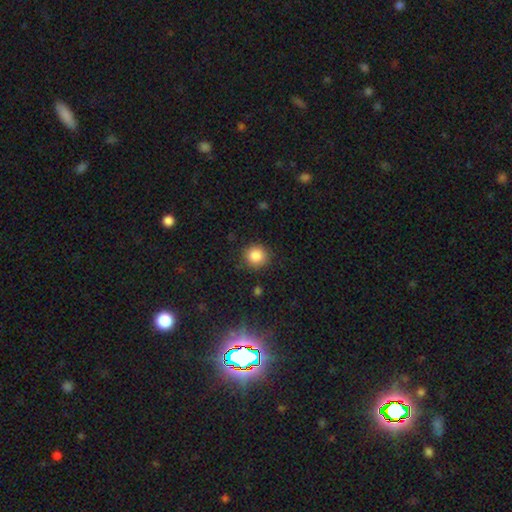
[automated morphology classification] type=smooth (86%); roundness=round (92%); merging=none (87%).